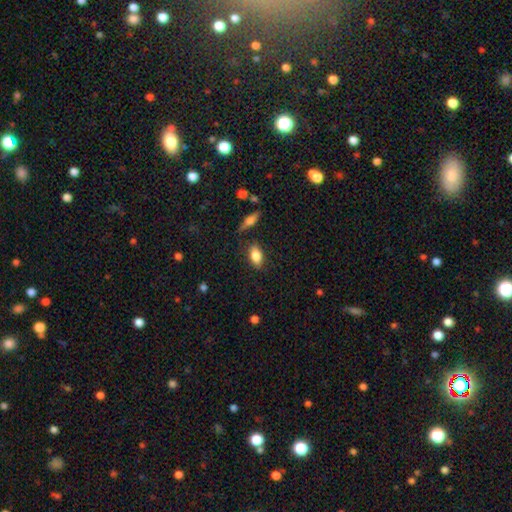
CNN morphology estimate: Smooth or featured?
  - smooth: 79% *
  - featured or disk: 13%
  - star or artifact: 8%
How rounded?
  - in between: 87% *
  - round: 7%
  - cigar-shaped: 6%
Merging?
  - none: 79% *
  - minor disturbance: 14%
  - major disturbance: 4%
  - merger: 3%